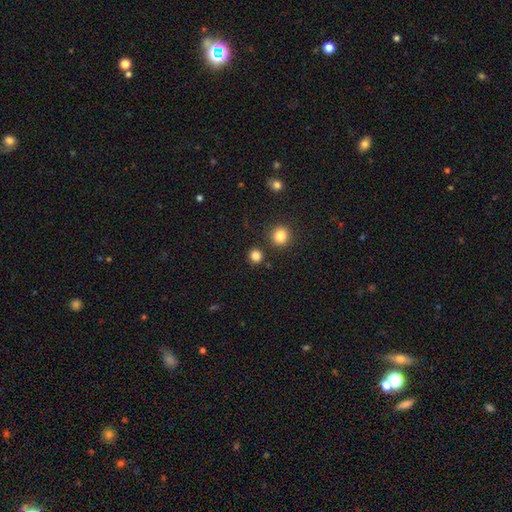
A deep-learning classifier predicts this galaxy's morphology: smooth 83%, star or artifact 13%, featured or disk 4%. Down the decision tree: how rounded — round (91%); merging — none (86%).